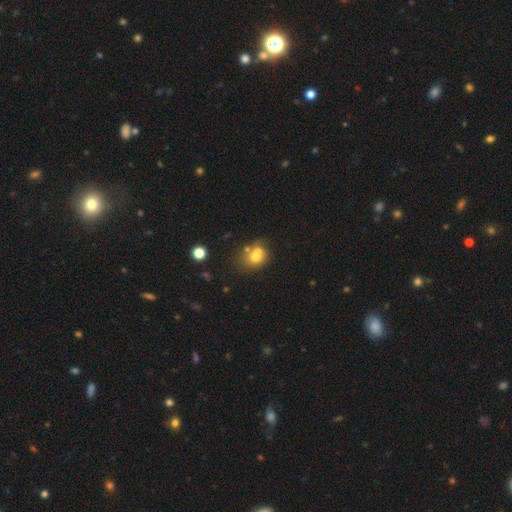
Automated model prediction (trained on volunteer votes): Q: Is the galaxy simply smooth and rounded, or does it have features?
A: smooth — 66%.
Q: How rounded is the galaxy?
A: round — 63%.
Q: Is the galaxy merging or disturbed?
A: merger — 48%.